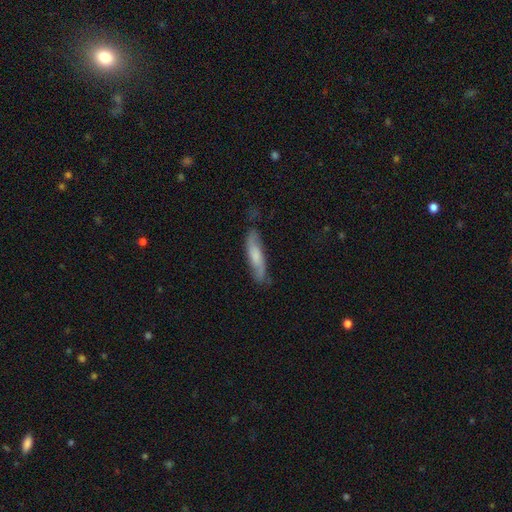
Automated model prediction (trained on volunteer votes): This appears to be a smooth galaxy with no disk features (50%). Merging: none (70%).